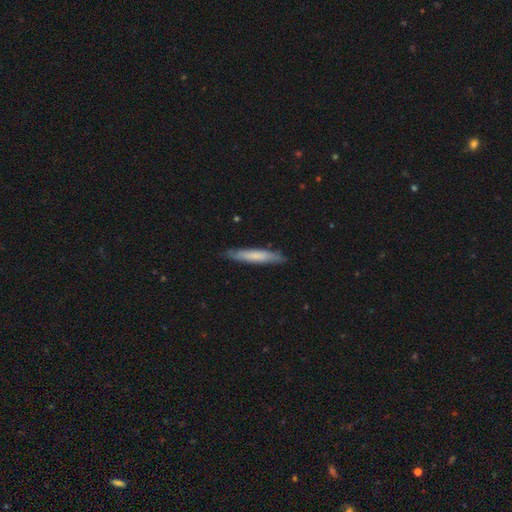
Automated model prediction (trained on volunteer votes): A smooth galaxy with no disk features (66%) that is cigar-shaped (92%).

Vote fractions:
- Smooth or featured? smooth: 66% / featured or disk: 29% / star or artifact: 5%
- How rounded? cigar-shaped: 92% / in between: 7% / round: 1%
- Merging? none: 85% / minor disturbance: 12% / major disturbance: 2% / merger: 1%